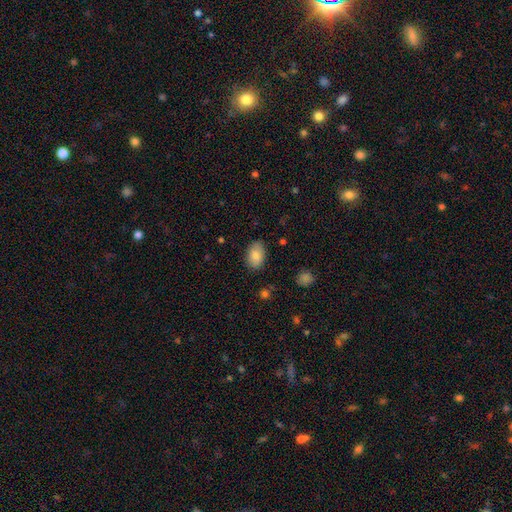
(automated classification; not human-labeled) Q: Smooth or featured?
A: smooth (84%); runner-up: featured or disk (9%)
Q: How rounded?
A: in between (89%); runner-up: round (10%)
Q: Merging?
A: none (84%); runner-up: minor disturbance (12%)